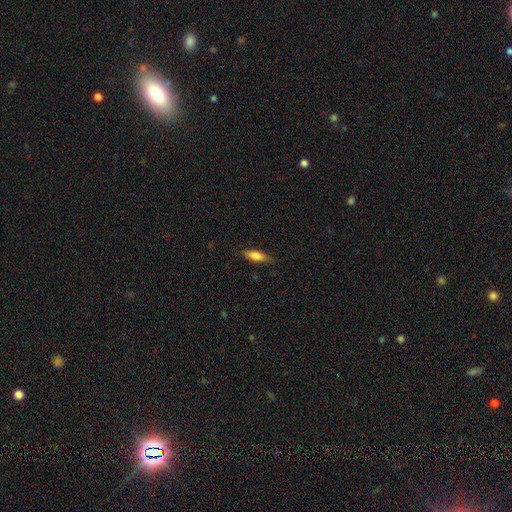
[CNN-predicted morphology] Smooth or featured? smooth (76%)
How rounded? cigar-shaped (50%)
Merging? none (79%)